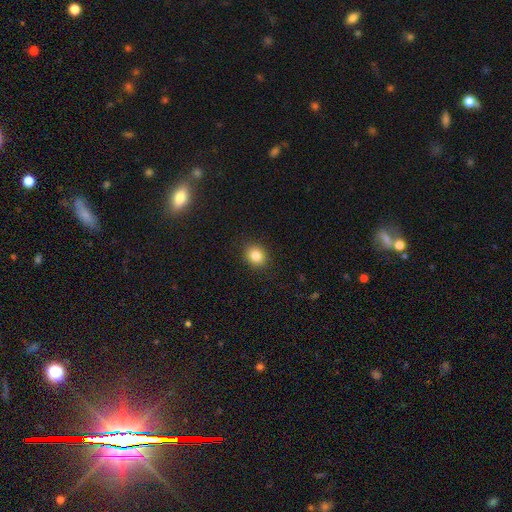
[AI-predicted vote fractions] Smooth or featured: smooth — 83% (star or artifact — 10%)
How rounded: round — 63% (in between — 36%)
Merging: none — 90% (minor disturbance — 7%)